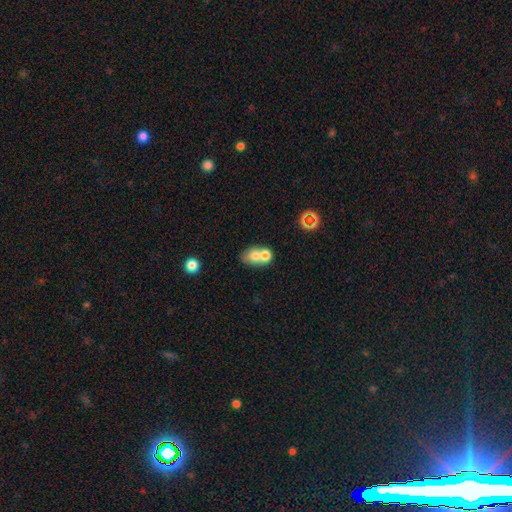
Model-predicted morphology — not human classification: This is likely a smooth galaxy (69%). How rounded: possibly in between (58%). Merging: possibly merger (59%).